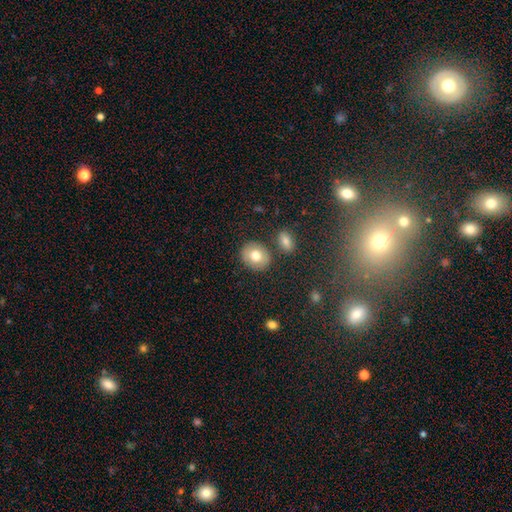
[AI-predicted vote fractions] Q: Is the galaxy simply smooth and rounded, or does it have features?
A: smooth — 76%.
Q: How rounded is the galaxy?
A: round — 61%.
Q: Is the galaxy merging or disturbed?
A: none — 80%.